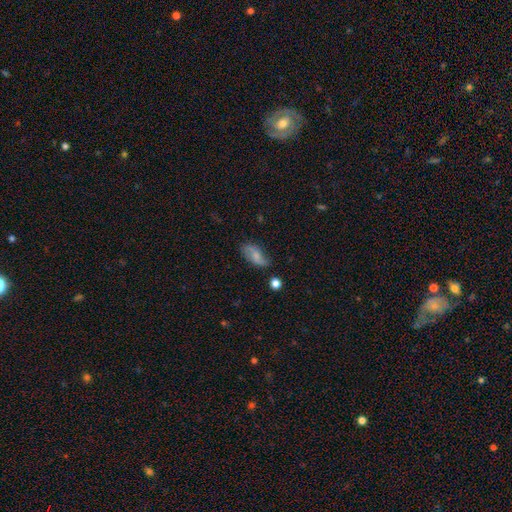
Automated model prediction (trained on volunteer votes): Overall: smooth (53%; featured or disk 38%). How rounded: in between (88%). Merging: none (65%).